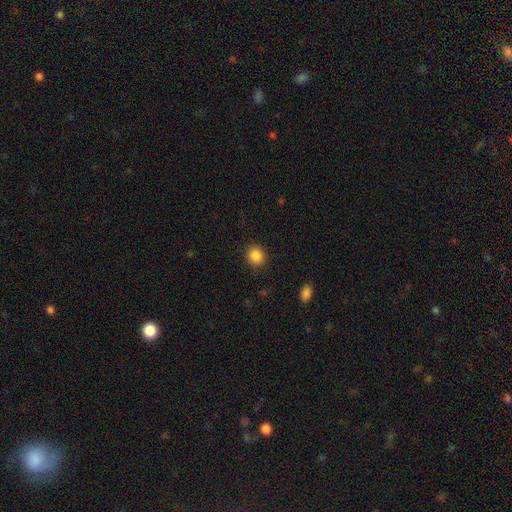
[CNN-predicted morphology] smooth-or-featured: smooth: 86% | star or artifact: 10% | featured or disk: 4%
  how-rounded: round: 86% | in between: 13% | cigar-shaped: 1%
  merging: none: 89% | minor disturbance: 7% | major disturbance: 3% | merger: 1%